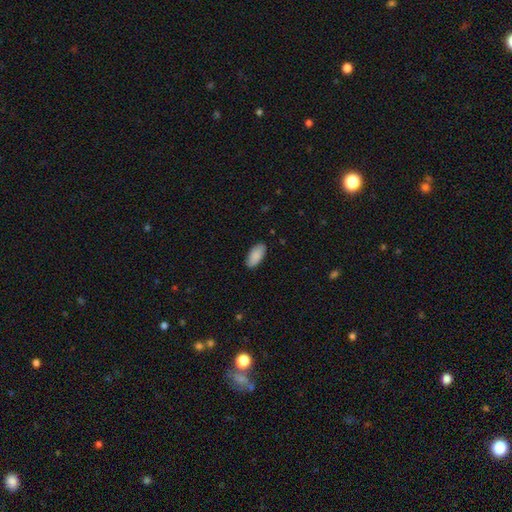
A smooth galaxy with no disk features (92%) that is in between round and cigar-shaped (94%). Merging: none (89%).